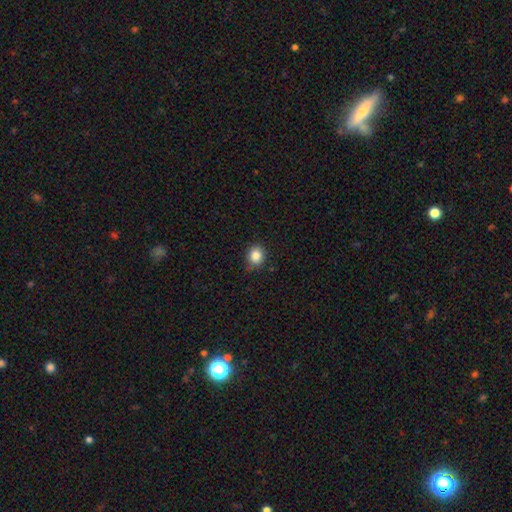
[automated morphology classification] A smooth galaxy with no disk features (85%) that is round (77%).

Vote fractions:
- Smooth or featured? smooth: 85% / star or artifact: 11% / featured or disk: 5%
- How rounded? round: 77% / in between: 22% / cigar-shaped: 1%
- Merging? none: 81% / minor disturbance: 15% / major disturbance: 2% / merger: 1%